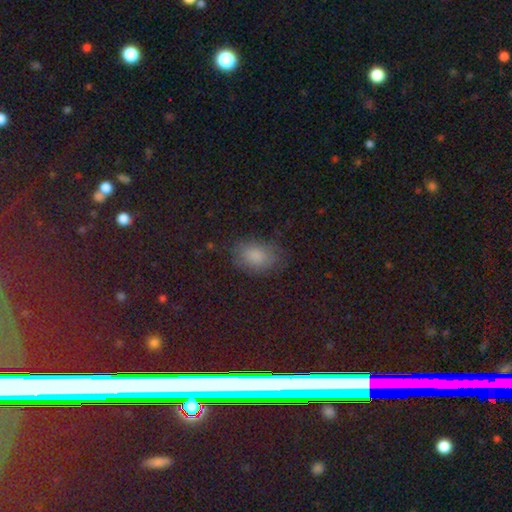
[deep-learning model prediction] Smooth or featured?
  - smooth: 77% *
  - star or artifact: 14%
  - featured or disk: 9%
How rounded?
  - in between: 85% *
  - round: 13%
  - cigar-shaped: 2%
Merging?
  - none: 73% *
  - minor disturbance: 19%
  - major disturbance: 6%
  - merger: 2%